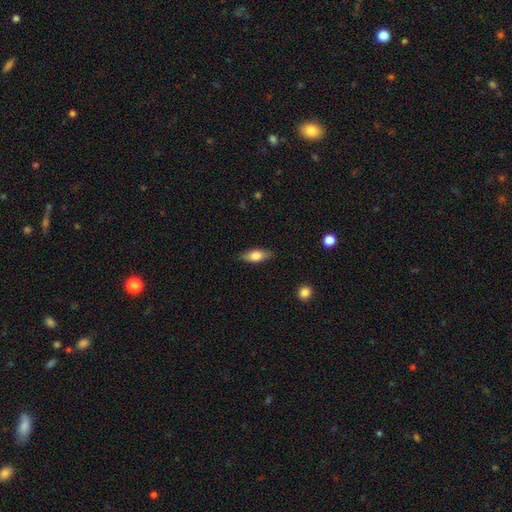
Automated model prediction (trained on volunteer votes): Overall: smooth (70%). How rounded: in between (76%). Merging: none (83%).